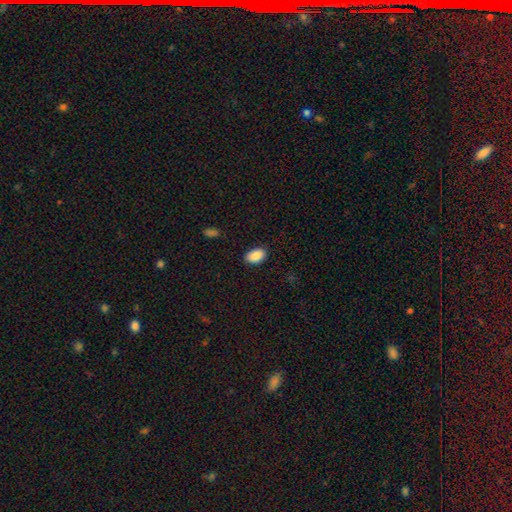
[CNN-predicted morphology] A smooth galaxy with no disk features (90%) that is in between round and cigar-shaped (91%). Merging: none (87%).